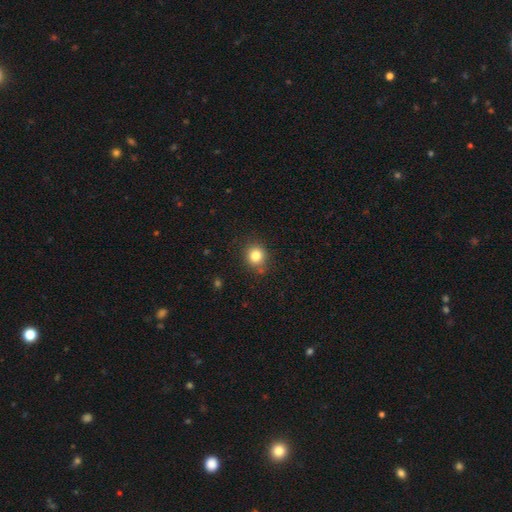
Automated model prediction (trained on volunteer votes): smooth 81%, star or artifact 12%, featured or disk 7%. Down the decision tree: how rounded — round (81%); merging — none (83%).